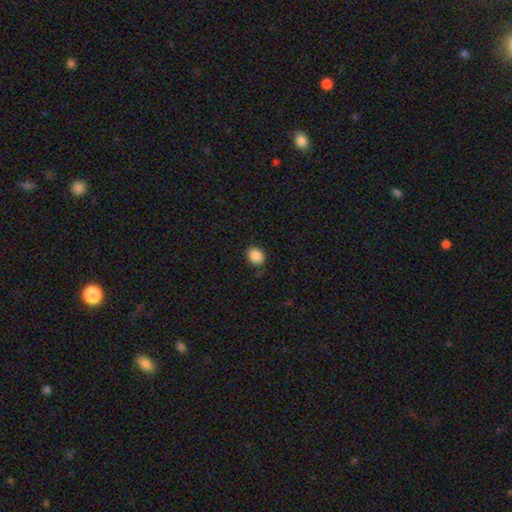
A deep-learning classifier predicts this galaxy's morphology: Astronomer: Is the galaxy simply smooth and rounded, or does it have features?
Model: smooth — 88%.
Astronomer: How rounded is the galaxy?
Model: in between — 53% (runner-up: round, 46%).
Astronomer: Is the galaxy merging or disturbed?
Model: none — 84%.